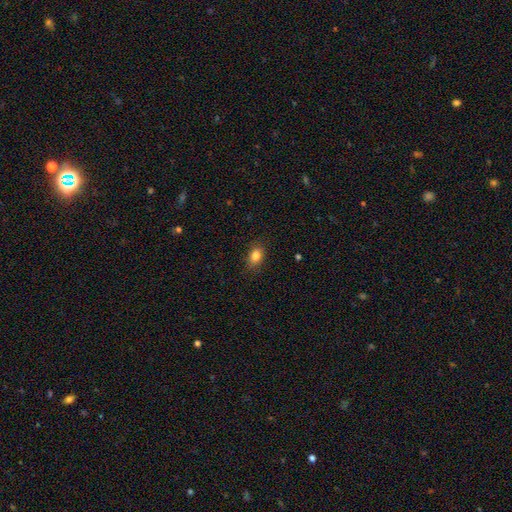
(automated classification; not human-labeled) Overall: smooth (84%). How rounded: in between (83%). Merging: none (86%).